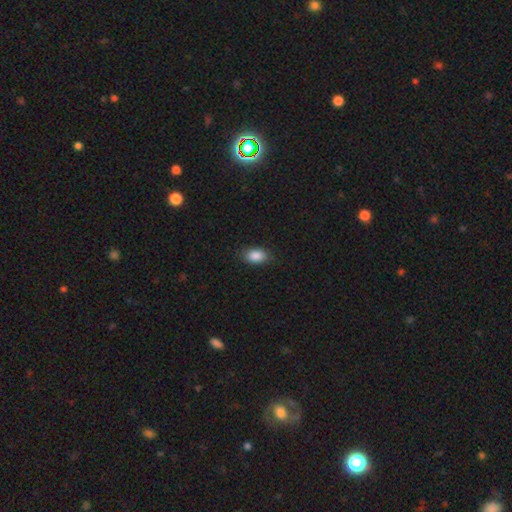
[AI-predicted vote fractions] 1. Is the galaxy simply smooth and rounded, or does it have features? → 88% smooth, 8% star or artifact, 4% featured or disk.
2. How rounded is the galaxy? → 90% in between, 8% round, 2% cigar-shaped.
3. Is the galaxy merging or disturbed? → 85% none, 11% minor disturbance, 3% major disturbance, 1% merger.